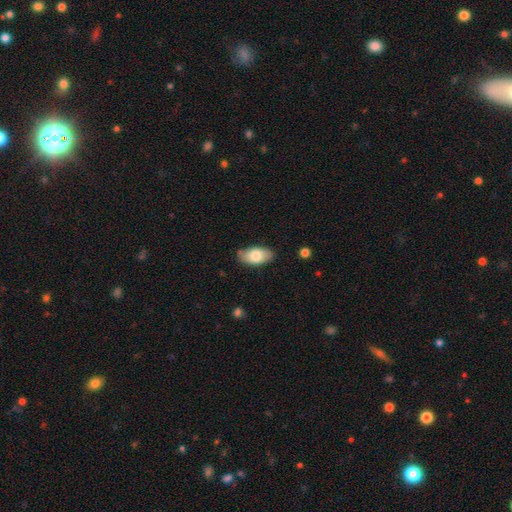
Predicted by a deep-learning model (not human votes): Smooth or featured?
  - smooth: 78% *
  - featured or disk: 16%
  - star or artifact: 6%
How rounded?
  - in between: 94% *
  - cigar-shaped: 3%
  - round: 3%
Merging?
  - none: 82% *
  - minor disturbance: 14%
  - major disturbance: 3%
  - merger: 1%